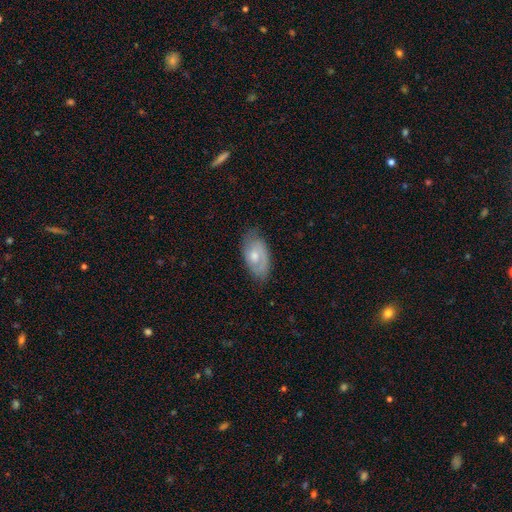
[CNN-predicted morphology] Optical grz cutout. It shows a featured or disk galaxy (52%). Merging: none (71%).